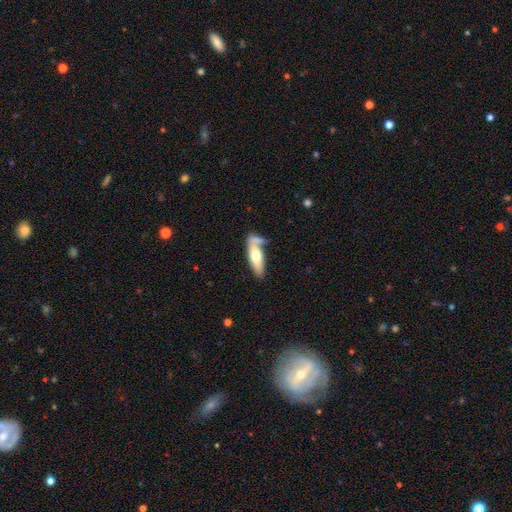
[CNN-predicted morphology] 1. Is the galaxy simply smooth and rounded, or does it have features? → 62% smooth, 33% featured or disk, 5% star or artifact.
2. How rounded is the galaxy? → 54% in between, 44% cigar-shaped, 2% round.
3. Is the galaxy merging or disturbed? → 48% none, 26% merger, 18% minor disturbance, 8% major disturbance.